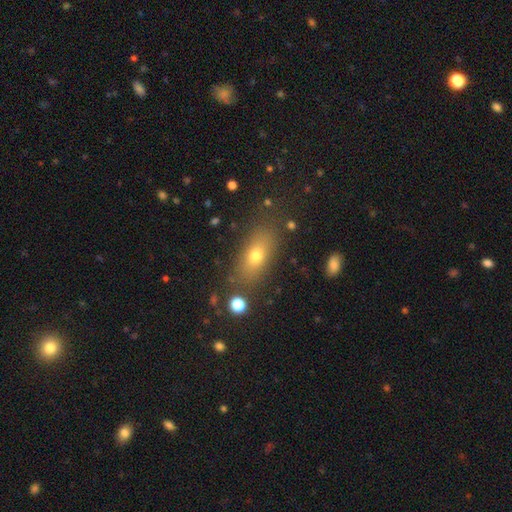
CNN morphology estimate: A smooth galaxy with no disk features (65%) that is in between round and cigar-shaped (72%). Merging: none (80%).